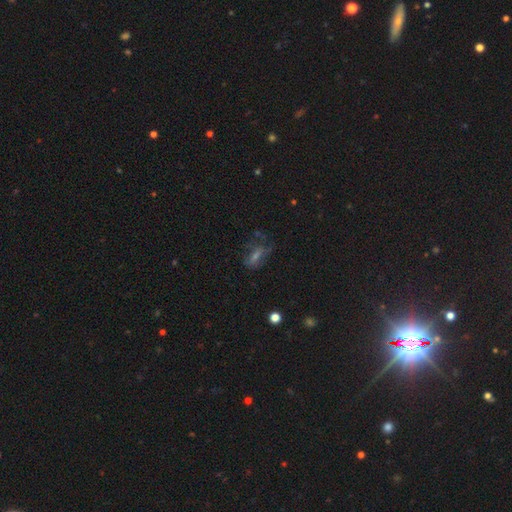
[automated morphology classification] The model was most divided on "smooth or featured": featured or disk: 36%, smooth: 33%, star or artifact: 30%. More confident: merging — none (54%).